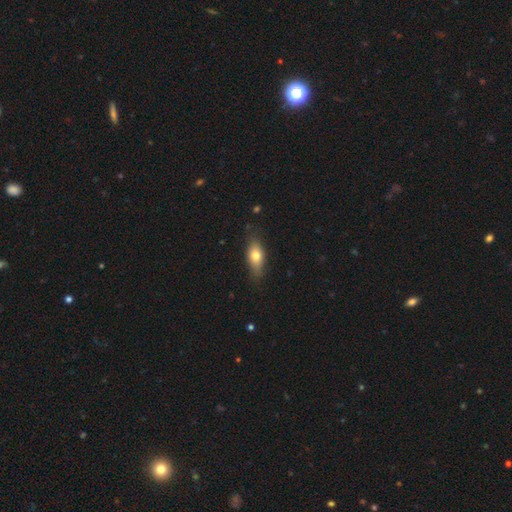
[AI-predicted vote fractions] The model was most divided on "smooth or featured": smooth: 71%, featured or disk: 21%, star or artifact: 7%. More confident: merging — none (76%); how rounded — in between (76%).